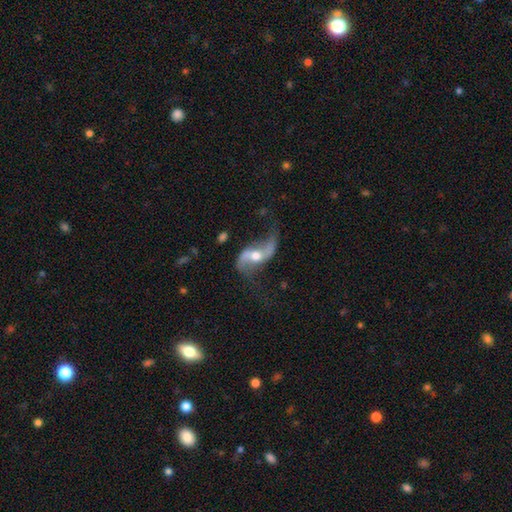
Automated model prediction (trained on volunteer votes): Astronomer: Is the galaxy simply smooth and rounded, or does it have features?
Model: featured or disk — 88%.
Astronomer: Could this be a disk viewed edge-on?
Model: no — 94%.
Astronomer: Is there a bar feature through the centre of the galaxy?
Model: no — 43% (runner-up: weak, 33%).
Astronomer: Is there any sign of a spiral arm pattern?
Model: yes — 95%.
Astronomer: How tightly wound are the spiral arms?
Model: loose — 89%.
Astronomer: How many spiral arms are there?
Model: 2 — 93%.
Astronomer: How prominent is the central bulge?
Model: moderate — 66%.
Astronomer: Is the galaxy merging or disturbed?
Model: none — 67%.